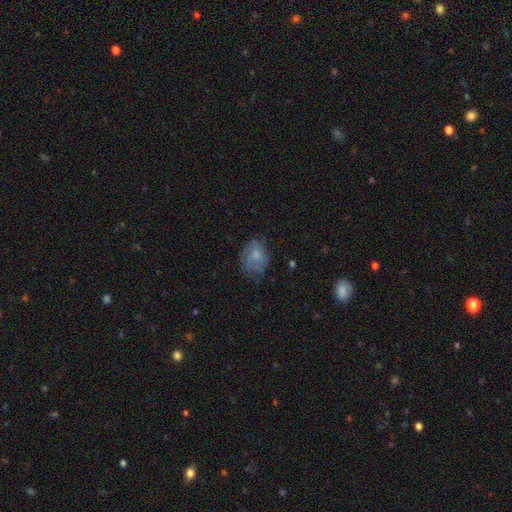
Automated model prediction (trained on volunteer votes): smooth_or_featured: smooth (p=0.46) [alt: featured or disk p=0.44]
merging: none (p=0.56) [alt: minor disturbance p=0.25]